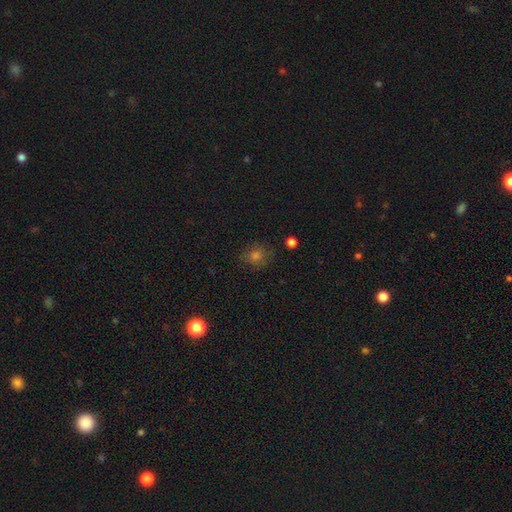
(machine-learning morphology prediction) The model was most divided on "smooth or featured": smooth: 67%, star or artifact: 23%, featured or disk: 10%. More confident: merging — none (80%); how rounded — round (79%).